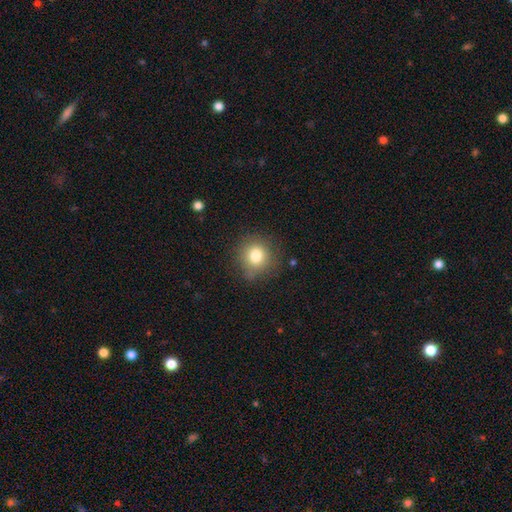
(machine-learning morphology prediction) Overall: smooth (80%). How rounded: round (89%). Merging: none (80%).